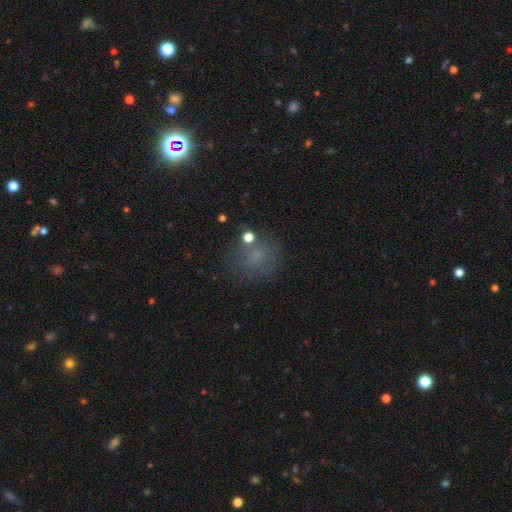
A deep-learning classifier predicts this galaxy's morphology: Smooth or featured?
  - smooth: 56% *
  - star or artifact: 26%
  - featured or disk: 18%
How rounded?
  - round: 79% *
  - in between: 19%
  - cigar-shaped: 1%
Merging?
  - none: 67% *
  - minor disturbance: 17%
  - major disturbance: 10%
  - merger: 6%